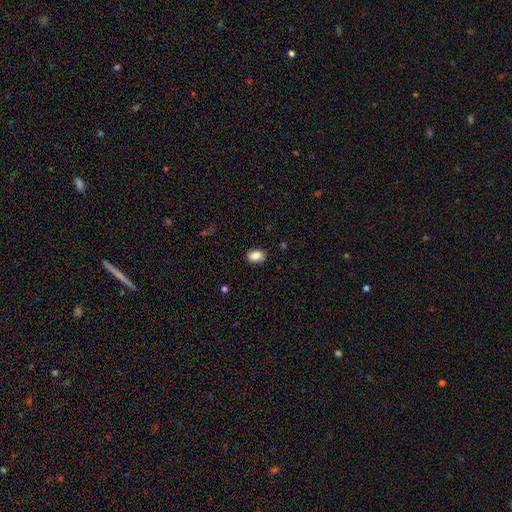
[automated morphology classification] smooth 85%, star or artifact 8%, featured or disk 7%. Down the decision tree: how rounded — in between (80%); merging — none (84%).